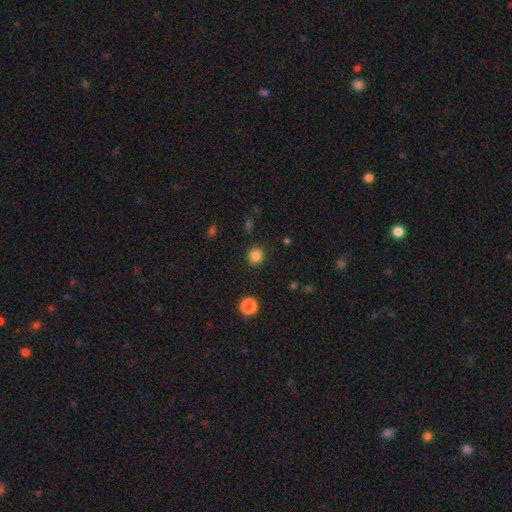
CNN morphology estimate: Smooth or featured? Predicted: smooth (p=0.84). How rounded? Predicted: round (p=0.90). Merging? Predicted: none (p=0.89).